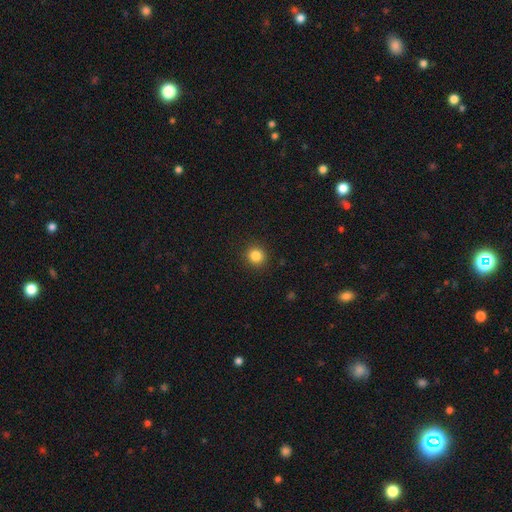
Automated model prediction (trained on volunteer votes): Overall: smooth (84%). How rounded: round (92%). Merging: none (91%).